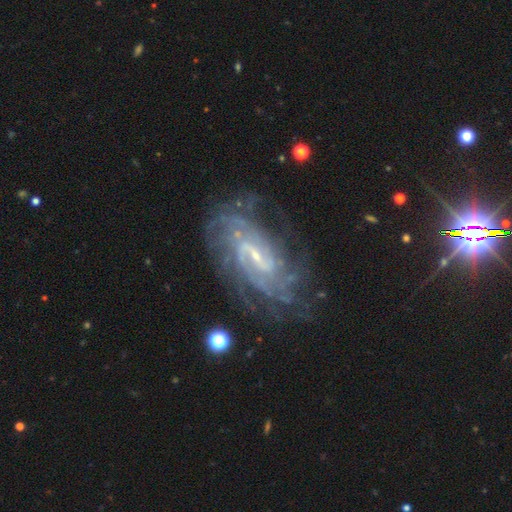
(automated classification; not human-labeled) Overall: featured or disk (88%). Edge-on disk: no (96%). Bar: weak (51%; strong 30%). Spiral arms: yes (95%). Spiral arm count: can't tell (37%; 4 16%). Spiral winding: tight (57%; medium 33%). Bulge size: small (73%). Merging: none (70%).